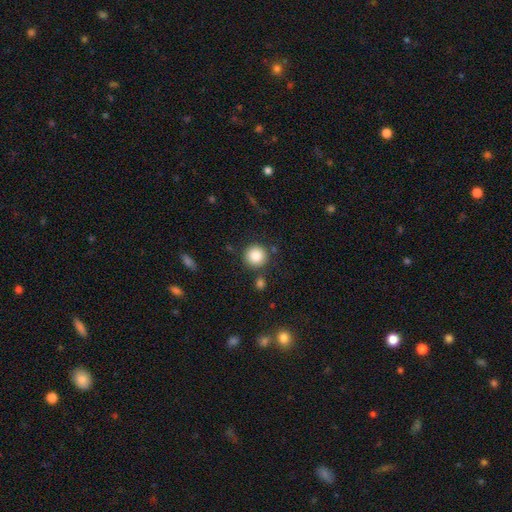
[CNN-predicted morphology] Smooth or featured? smooth (86%)
How rounded? round (94%)
Merging? none (85%)